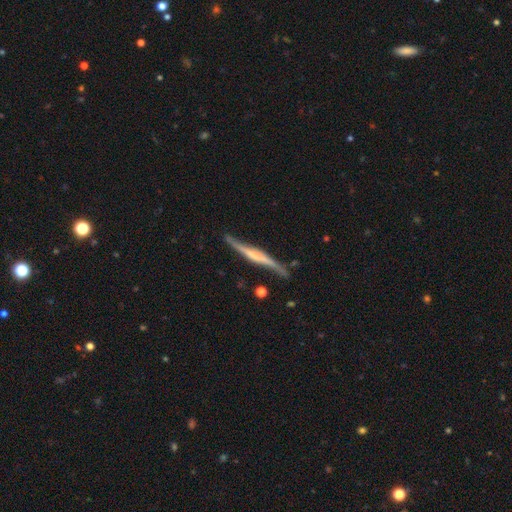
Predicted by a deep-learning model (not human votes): The model was most divided on "edge-on bulge": rounded: 42%, boxy: 30%, none: 27%. More confident: edge-on disk — yes (90%); smooth or featured — featured or disk (76%); merging — none (74%).